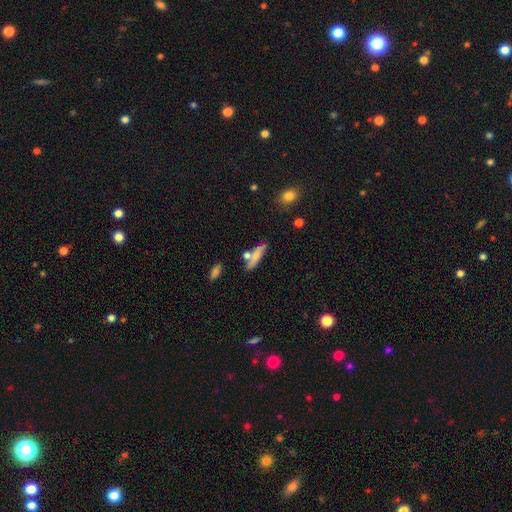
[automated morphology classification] Smooth or featured? smooth (67%)
How rounded? cigar-shaped (66%)
Merging? none (60%)